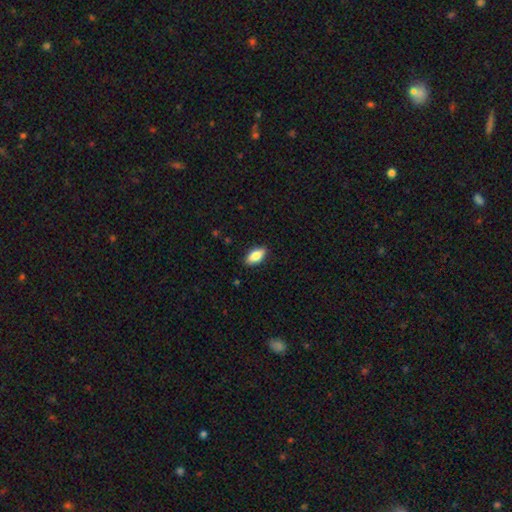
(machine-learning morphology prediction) smooth_or_featured: smooth (p=0.81) [alt: featured or disk p=0.13]
how_rounded: in between (p=0.86) [alt: cigar-shaped p=0.10]
merging: none (p=0.87) [alt: minor disturbance p=0.10]